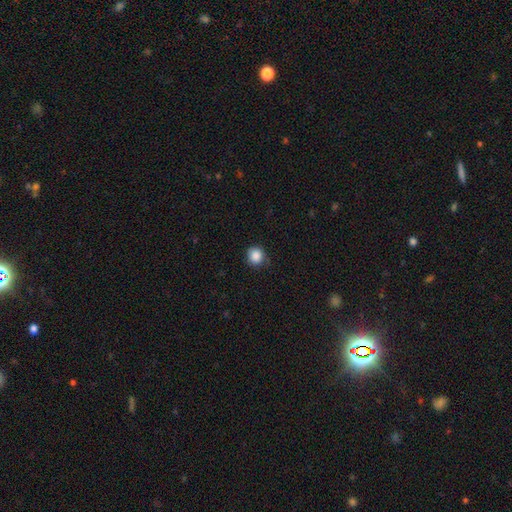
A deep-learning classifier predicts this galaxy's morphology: This appears to be a smooth galaxy with no disk features (86%) that is round (89%). Merging: none (80%).